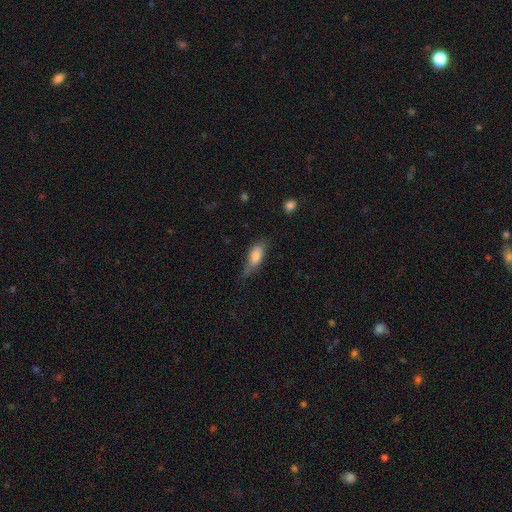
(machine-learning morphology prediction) Q: Smooth or featured?
A: smooth (75%); runner-up: featured or disk (18%)
Q: How rounded?
A: in between (70%); runner-up: cigar-shaped (27%)
Q: Merging?
A: none (44%); runner-up: minor disturbance (38%)